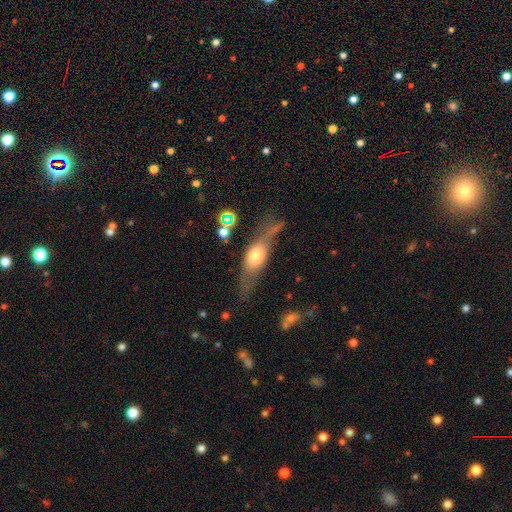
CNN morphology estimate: Smooth or featured?
  - featured or disk: 55% *
  - smooth: 37%
  - star or artifact: 8%
Edge-on disk?
  - yes: 77% *
  - no: 23%
Merging?
  - none: 59% *
  - minor disturbance: 22%
  - major disturbance: 14%
  - merger: 6%